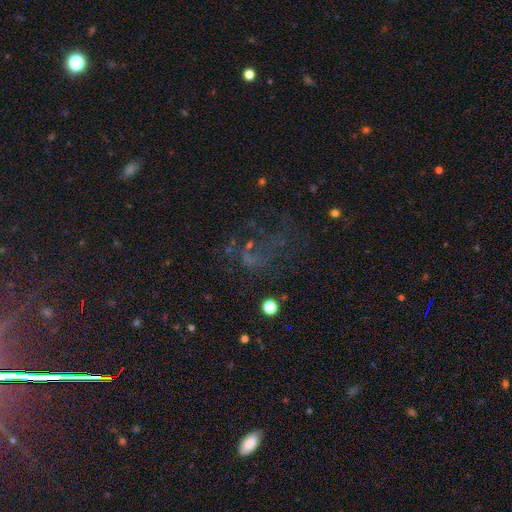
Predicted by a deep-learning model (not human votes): Morphology: type=star or artifact (42%).